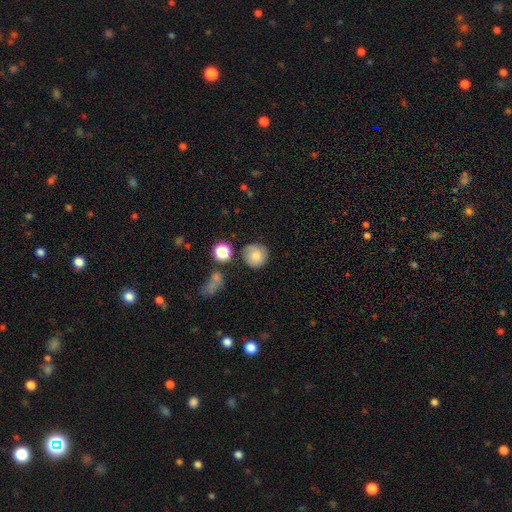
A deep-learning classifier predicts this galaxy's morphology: Overall: smooth (78%). How rounded: round (92%). Merging: none (77%).